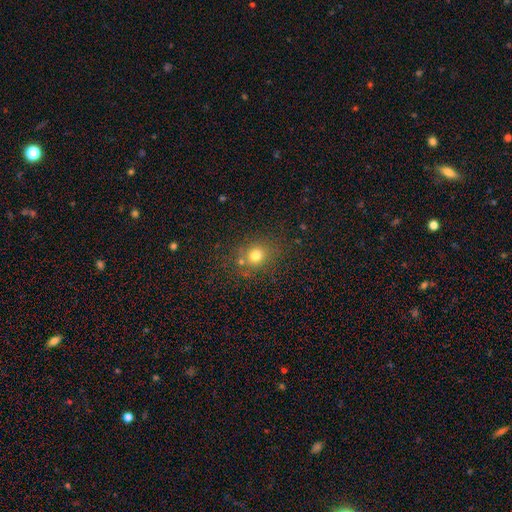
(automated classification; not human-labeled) A smooth galaxy with no disk features (74%) that is round (75%). Merging: none (74%).